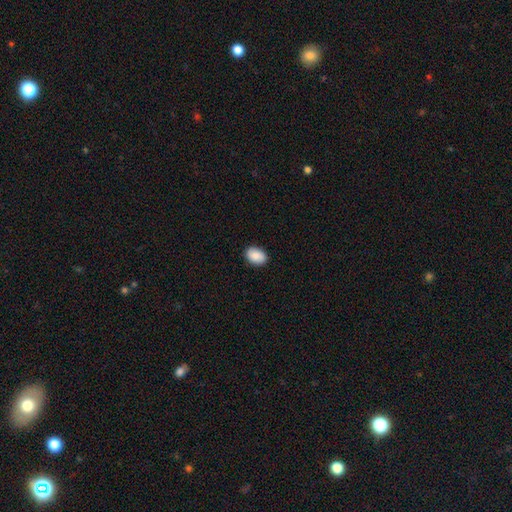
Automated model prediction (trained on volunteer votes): A smooth galaxy with no disk features (89%) that is in between round and cigar-shaped (81%).

Vote fractions:
- Smooth or featured? smooth: 89% / star or artifact: 7% / featured or disk: 4%
- How rounded? in between: 81% / round: 18% / cigar-shaped: 1%
- Merging? none: 88% / minor disturbance: 9% / major disturbance: 2% / merger: 1%